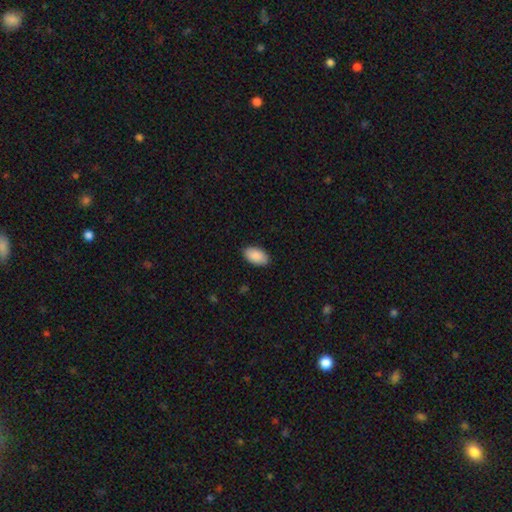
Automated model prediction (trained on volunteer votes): smooth 90%, star or artifact 6%, featured or disk 4%. Down the decision tree: how rounded — in between (95%); merging — none (89%).